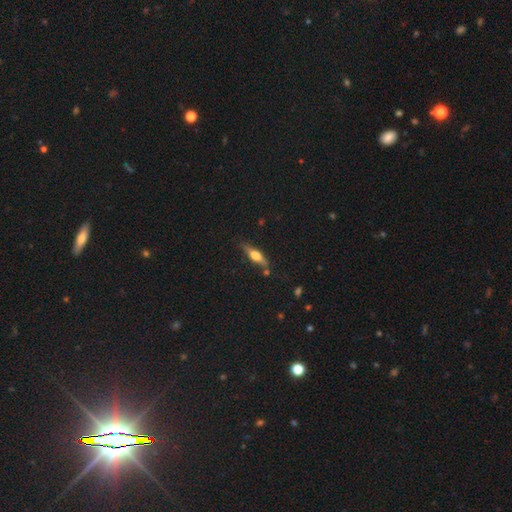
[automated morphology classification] Q: Smooth or featured?
A: featured or disk (54%); runner-up: smooth (39%)
Q: Edge-on disk?
A: yes (92%); runner-up: no (8%)
Q: Edge-on bulge?
A: rounded (93%); runner-up: boxy (5%)
Q: Merging?
A: none (76%); runner-up: minor disturbance (15%)